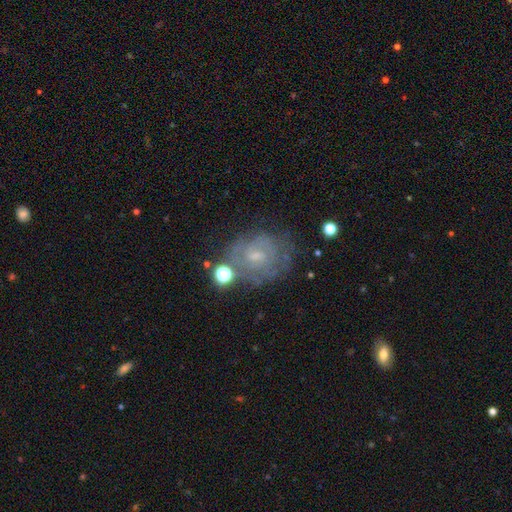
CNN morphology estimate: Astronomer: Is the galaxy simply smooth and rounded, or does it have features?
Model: featured or disk — 63%.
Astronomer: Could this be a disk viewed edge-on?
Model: no — 97%.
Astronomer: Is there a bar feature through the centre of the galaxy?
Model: no — 59% (runner-up: weak, 35%).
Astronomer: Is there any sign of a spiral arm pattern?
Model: yes — 73%.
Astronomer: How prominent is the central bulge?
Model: small — 61%.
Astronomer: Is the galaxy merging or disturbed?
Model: none — 62%.